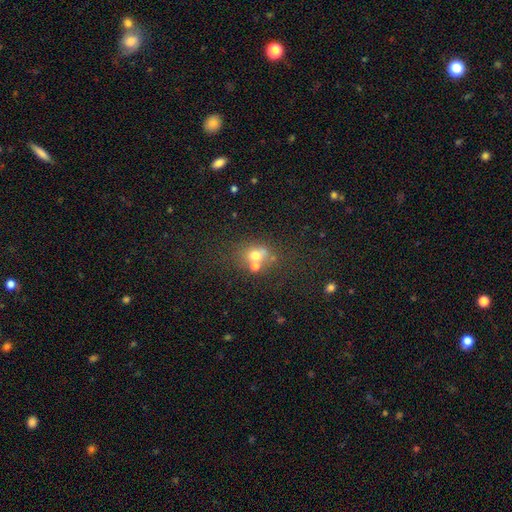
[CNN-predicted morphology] smooth-or-featured: smooth: 62% | featured or disk: 21% | star or artifact: 18%
  how-rounded: round: 63% | in between: 36% | cigar-shaped: 1%
  merging: none: 44% | merger: 37% | minor disturbance: 12% | major disturbance: 7%